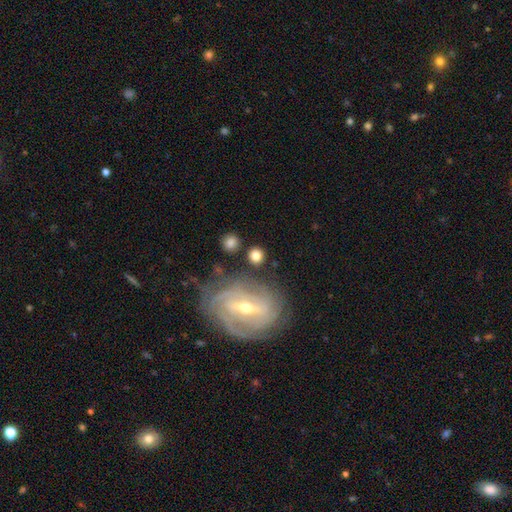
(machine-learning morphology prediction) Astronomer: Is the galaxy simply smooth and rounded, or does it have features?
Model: smooth — 73%.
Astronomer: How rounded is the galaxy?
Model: round — 83%.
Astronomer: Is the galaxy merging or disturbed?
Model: none — 80%.